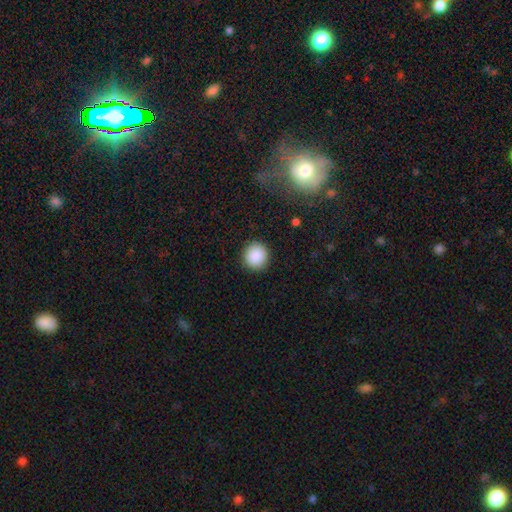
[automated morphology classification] Smooth or featured: smooth — 89% (star or artifact — 8%)
How rounded: round — 94% (in between — 5%)
Merging: none — 92% (minor disturbance — 5%)